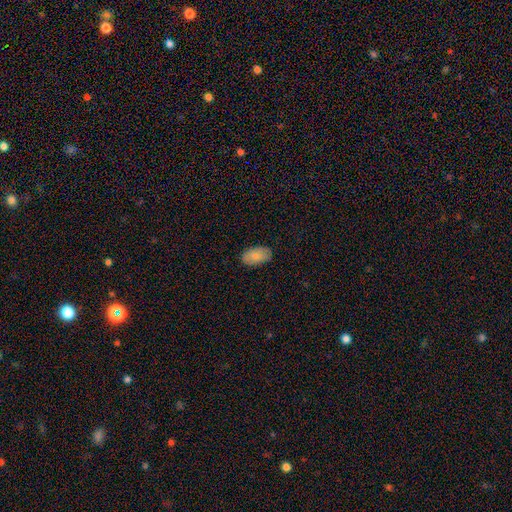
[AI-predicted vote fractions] Overall: smooth (84%). How rounded: in between (94%). Merging: none (84%).